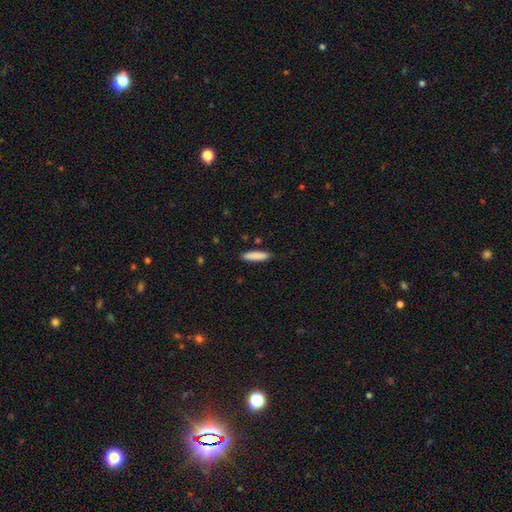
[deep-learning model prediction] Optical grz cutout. It shows a smooth galaxy with no disk features (86%) that is cigar-shaped (76%). Merging: none (86%).